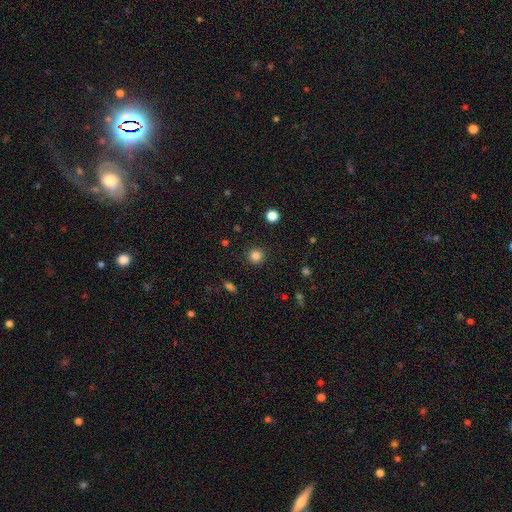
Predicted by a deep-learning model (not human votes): Overall: smooth (84%). How rounded: round (94%). Merging: none (91%).